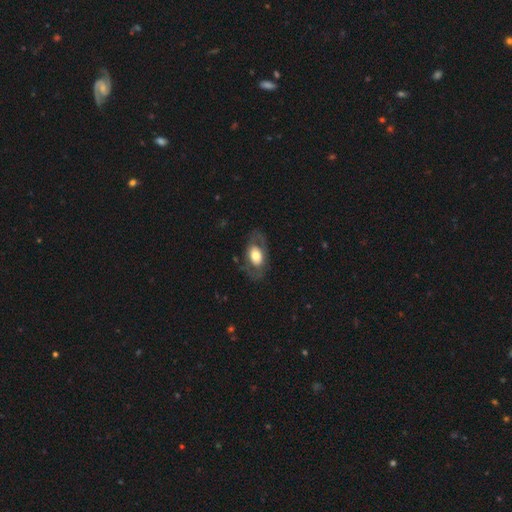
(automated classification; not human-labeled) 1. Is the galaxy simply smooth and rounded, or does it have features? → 47% featured or disk (tied), 47% smooth (tied), 6% star or artifact.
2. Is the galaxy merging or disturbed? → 73% none, 14% minor disturbance, 11% major disturbance, 1% merger.